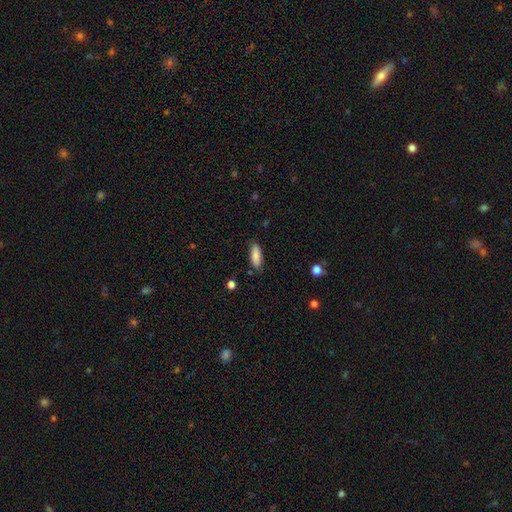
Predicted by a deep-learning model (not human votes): Smooth or featured?
  - smooth: 86% *
  - featured or disk: 8%
  - star or artifact: 6%
How rounded?
  - in between: 67% *
  - cigar-shaped: 31%
  - round: 2%
Merging?
  - none: 84% *
  - minor disturbance: 12%
  - major disturbance: 2%
  - merger: 1%